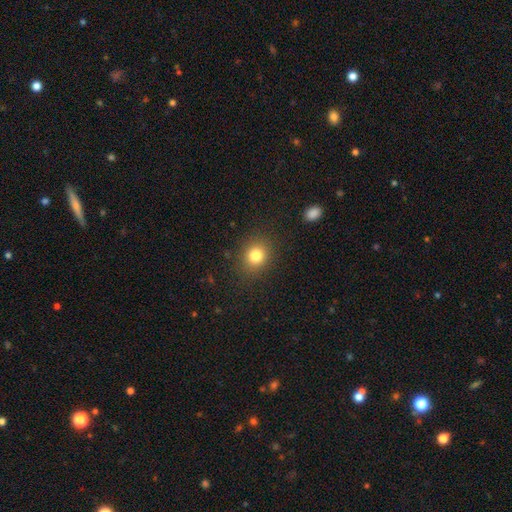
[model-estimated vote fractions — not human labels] smooth_or_featured: smooth (p=0.81) [alt: star or artifact p=0.12]
how_rounded: round (p=0.74) [alt: in between p=0.25]
merging: none (p=0.87) [alt: minor disturbance p=0.09]